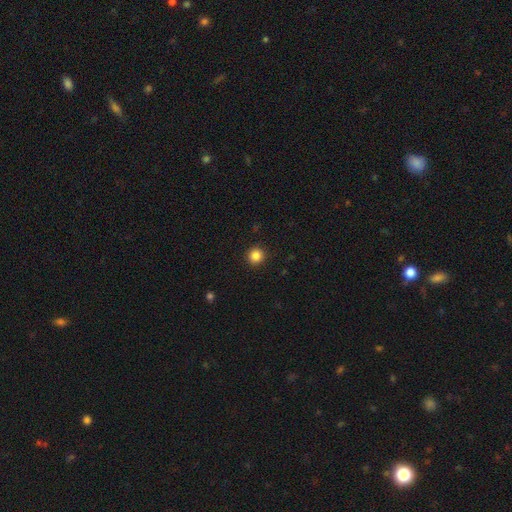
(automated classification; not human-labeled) Smooth or featured: smooth — 85% (star or artifact — 11%)
How rounded: round — 94% (in between — 5%)
Merging: none — 92% (minor disturbance — 5%)